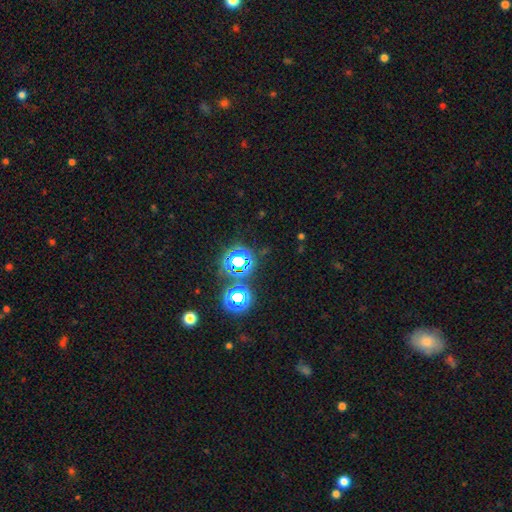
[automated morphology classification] A star or artifact, not a galaxy (65%).

Vote fractions:
- Smooth or featured? star or artifact: 65% / smooth: 28% / featured or disk: 7%